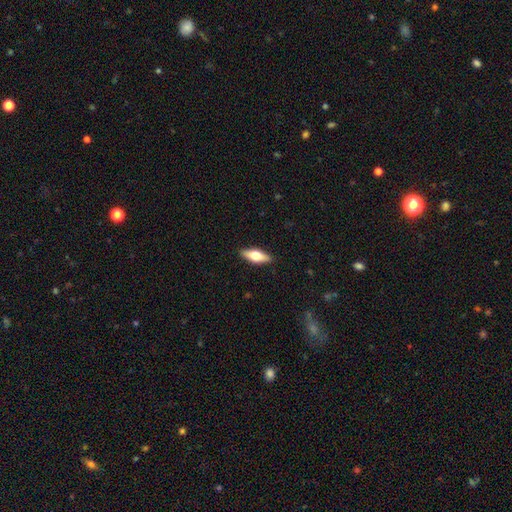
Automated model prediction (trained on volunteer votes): smooth-or-featured: smooth: 57% | featured or disk: 37% | star or artifact: 6%
  how-rounded: in between: 66% | cigar-shaped: 31% | round: 3%
  merging: none: 89% | minor disturbance: 8% | major disturbance: 2% | merger: 1%